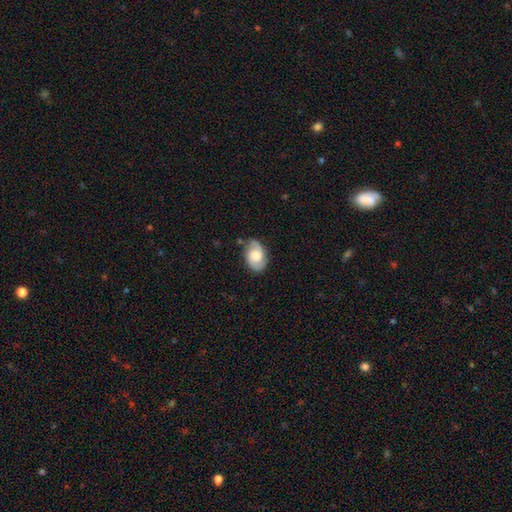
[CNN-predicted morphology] A featured or disk galaxy (60%) with no bar (60%), 2 (87%) medium (47%) spiral arms (90%) and a large central bulge (38%). Merging: none (73%).